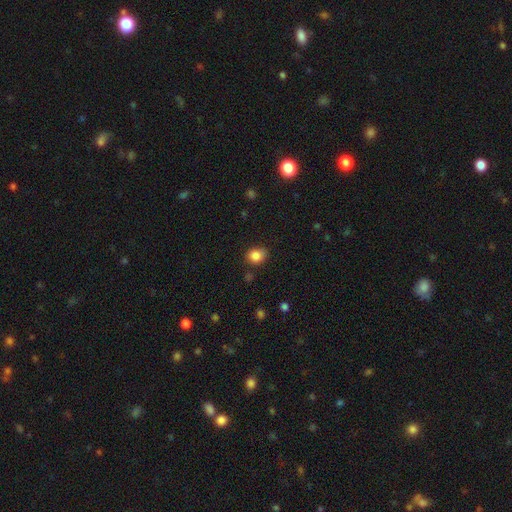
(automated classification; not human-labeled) The model was most divided on "how rounded": round: 55%, in between: 44%, cigar-shaped: 1%. More confident: smooth or featured — smooth (85%); merging — none (74%).